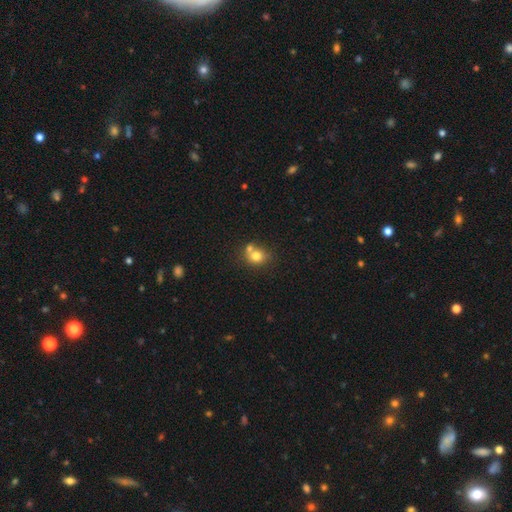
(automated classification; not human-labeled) smooth_or_featured: smooth (p=0.76) [alt: featured or disk p=0.13]
how_rounded: round (p=0.71) [alt: in between p=0.28]
merging: none (p=0.46) [alt: merger p=0.39]